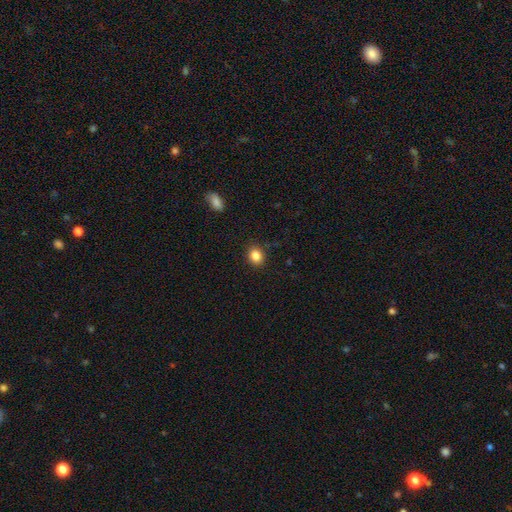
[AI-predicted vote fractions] This is clearly a smooth galaxy (85%). How rounded: likely round (66%). Merging: clearly none (88%).